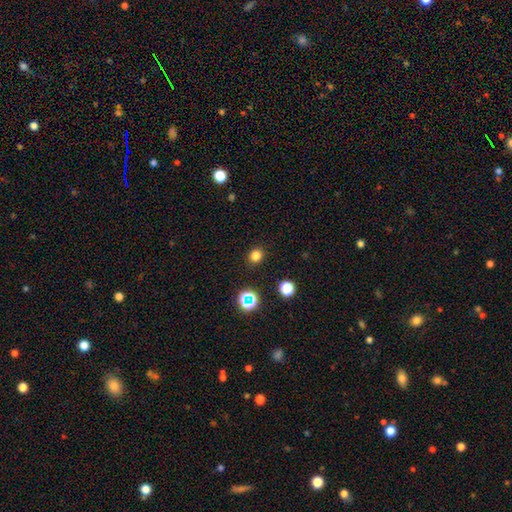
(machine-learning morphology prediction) A smooth galaxy with no disk features (78%) that is round (76%).

Vote fractions:
- Smooth or featured? smooth: 78% / star or artifact: 17% / featured or disk: 5%
- How rounded? round: 76% / in between: 23% / cigar-shaped: 1%
- Merging? none: 90% / minor disturbance: 7% / major disturbance: 2% / merger: 1%